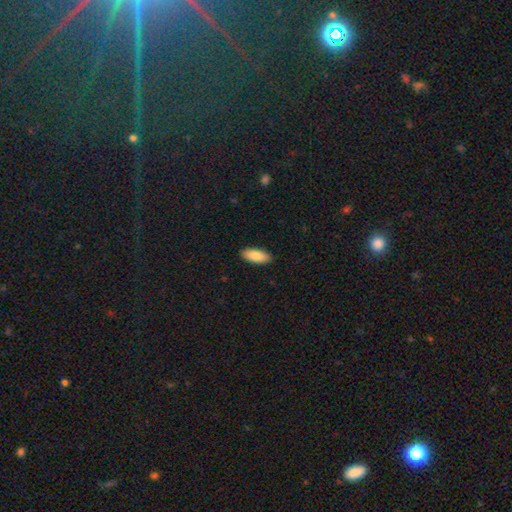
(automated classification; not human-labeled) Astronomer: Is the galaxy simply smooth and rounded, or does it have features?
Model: smooth — 87%.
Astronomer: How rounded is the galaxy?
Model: in between — 84%.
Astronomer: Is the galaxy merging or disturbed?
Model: none — 90%.